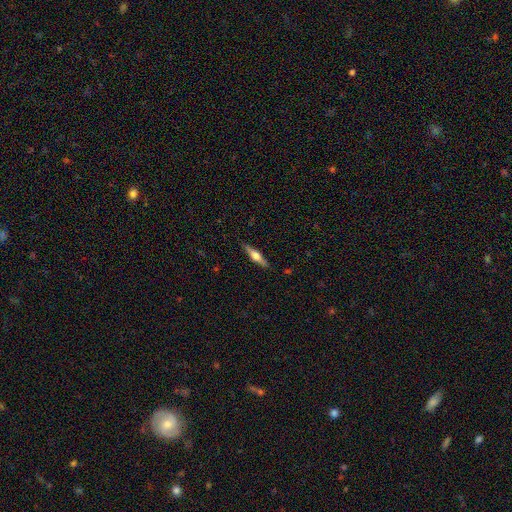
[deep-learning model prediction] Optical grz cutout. It shows a featured or disk galaxy (58%) viewed edge-on (96%) with a rounded central bulge (91%). Merging: none (88%).